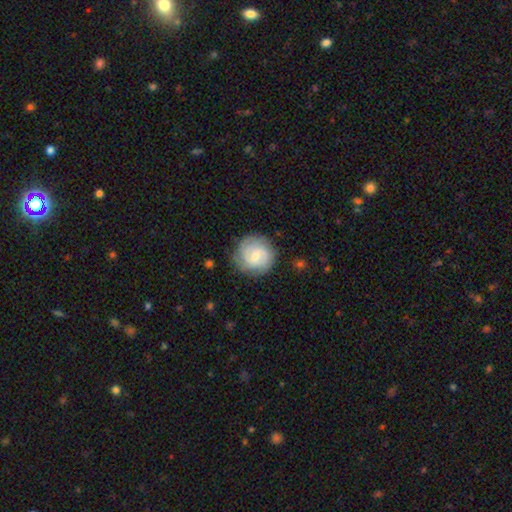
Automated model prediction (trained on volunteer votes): Q: Smooth or featured?
A: featured or disk (58%); runner-up: smooth (35%)
Q: Edge-on disk?
A: no (98%); runner-up: yes (2%)
Q: Bar?
A: no (49%); runner-up: weak (45%)
Q: Spiral arms?
A: yes (88%); runner-up: no (12%)
Q: Spiral winding?
A: tight (50%); runner-up: medium (38%)
Q: Spiral arm count?
A: 2 (46%); runner-up: can't tell (28%)
Q: Bulge size?
A: small (63%); runner-up: moderate (31%)
Q: Merging?
A: none (80%); runner-up: minor disturbance (14%)